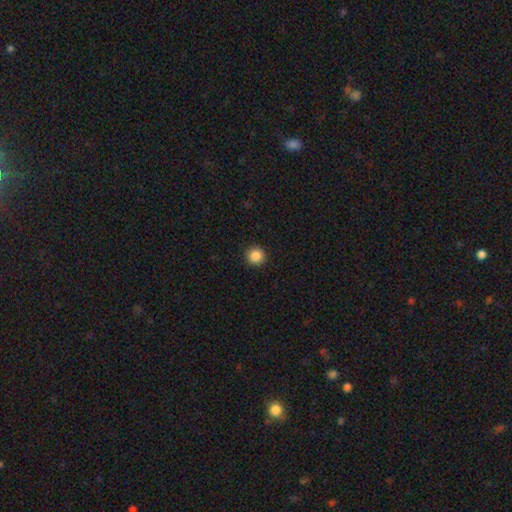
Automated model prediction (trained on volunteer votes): Smooth or featured: smooth — 87% (star or artifact — 10%)
How rounded: round — 96% (in between — 4%)
Merging: none — 93% (minor disturbance — 4%)